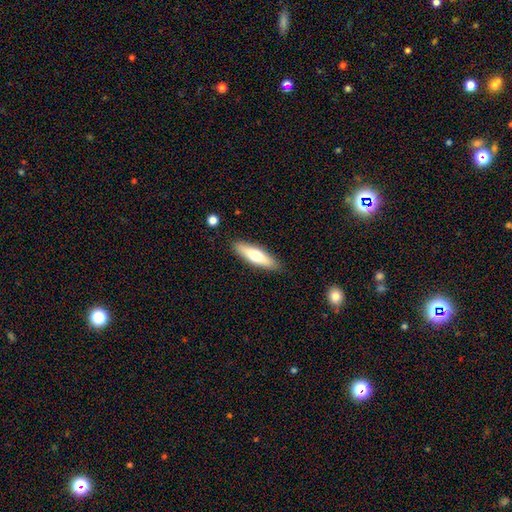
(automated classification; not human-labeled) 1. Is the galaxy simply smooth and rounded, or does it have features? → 62% smooth, 33% featured or disk, 6% star or artifact.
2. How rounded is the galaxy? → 63% cigar-shaped, 35% in between, 2% round.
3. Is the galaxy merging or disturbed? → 88% none, 9% minor disturbance, 2% major disturbance, 1% merger.